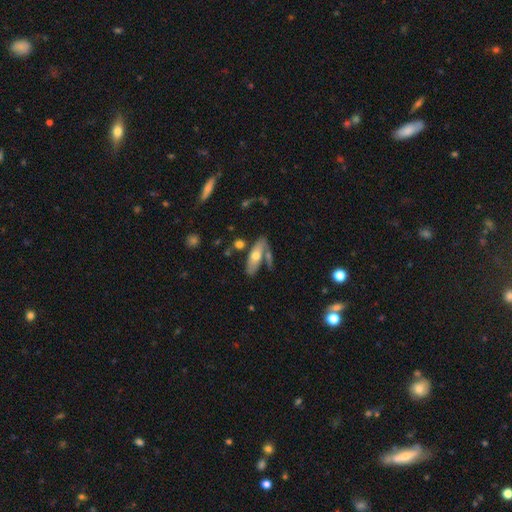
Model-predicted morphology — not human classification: Smooth or featured: smooth — 56% (featured or disk — 37%)
How rounded: in between — 62% (cigar-shaped — 36%)
Merging: none — 55% (merger — 22%)